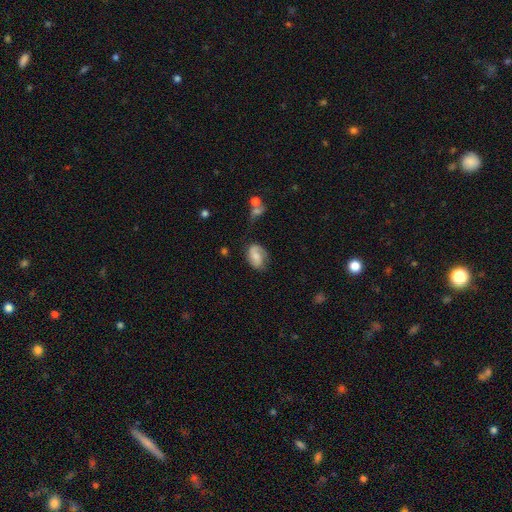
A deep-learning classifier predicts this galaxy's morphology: smooth-or-featured: featured or disk: 55% | smooth: 37% | star or artifact: 8%
  disk-edge-on: no: 97% | yes: 3%
    bar: no: 54% | weak: 36% | strong: 9%
    has-spiral-arms: yes: 89% | no: 11%
    bulge-size: moderate: 39% | small: 32% | none: 17% | large: 10% | dominant: 2%
  merging: none: 59% | minor disturbance: 25% | major disturbance: 12% | merger: 3%